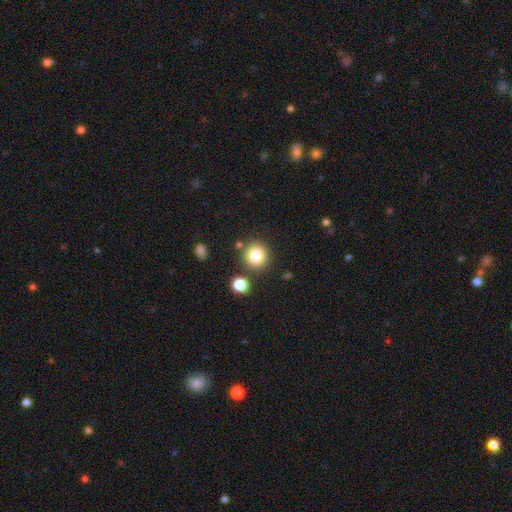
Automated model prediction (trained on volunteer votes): This is clearly a smooth galaxy (82%). How rounded: clearly round (90%). Merging: clearly none (82%).